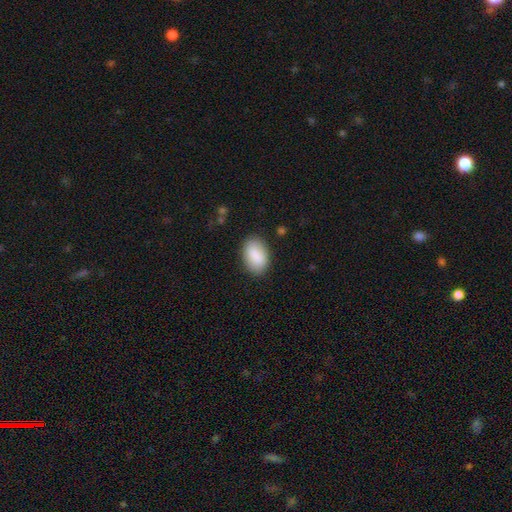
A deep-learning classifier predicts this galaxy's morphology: type=smooth (87%); roundness=in between (91%); merging=none (84%).